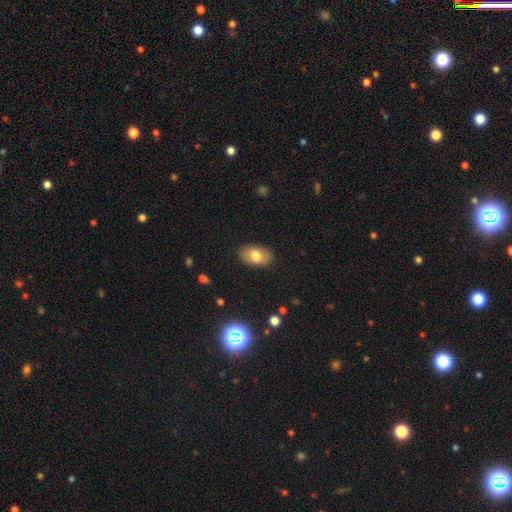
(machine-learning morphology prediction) Smooth or featured?
  - smooth: 77% *
  - featured or disk: 15%
  - star or artifact: 8%
How rounded?
  - in between: 88% *
  - round: 11%
  - cigar-shaped: 1%
Merging?
  - none: 87% *
  - minor disturbance: 10%
  - major disturbance: 2%
  - merger: 1%